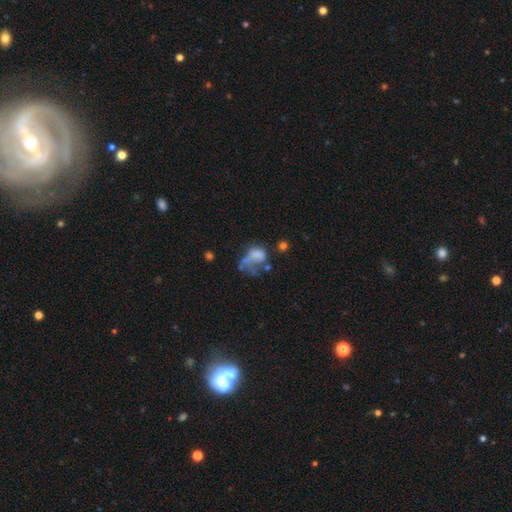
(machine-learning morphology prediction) Smooth or featured? smooth (51%)
How rounded? in between (74%)
Merging? major disturbance (49%)